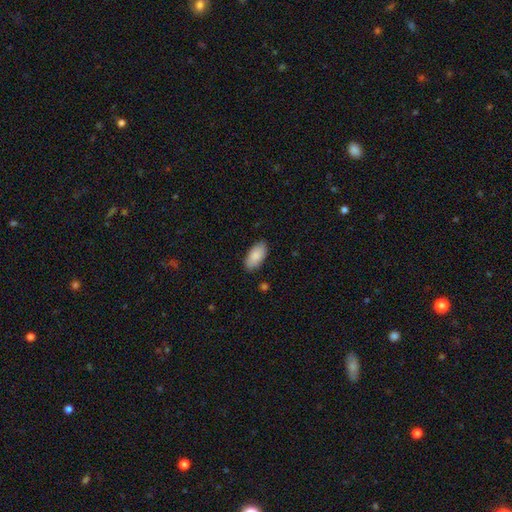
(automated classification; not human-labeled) Morphology: type=smooth (88%); roundness=in between (94%); merging=none (84%).